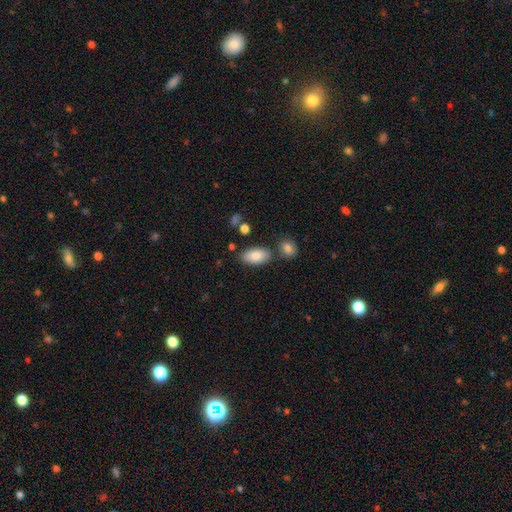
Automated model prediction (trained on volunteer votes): Morphology: type=smooth (84%); roundness=in between (94%); merging=none (74%).